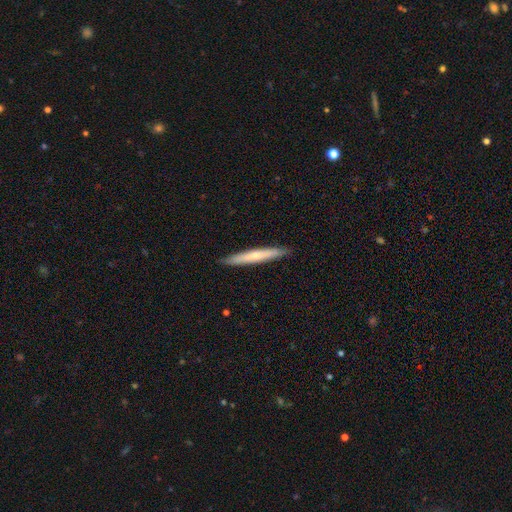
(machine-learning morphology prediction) Smooth or featured? Predicted: smooth (p=0.53). How rounded? Predicted: cigar-shaped (p=0.96). Merging? Predicted: none (p=0.91).